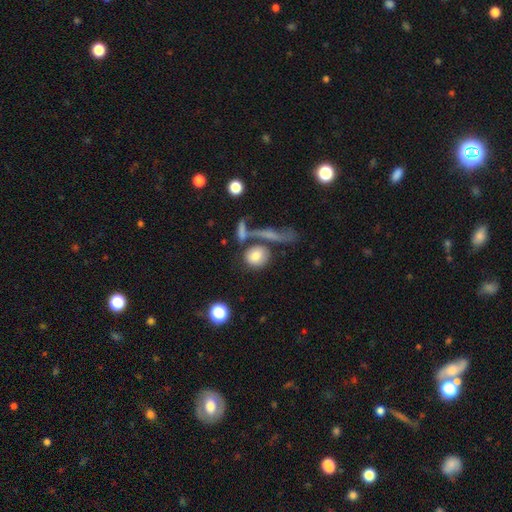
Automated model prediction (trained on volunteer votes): smooth-or-featured: smooth: 76% | featured or disk: 15% | star or artifact: 9%
  how-rounded: round: 69% | in between: 25% | cigar-shaped: 5%
  merging: none: 55% | merger: 24% | minor disturbance: 12% | major disturbance: 8%